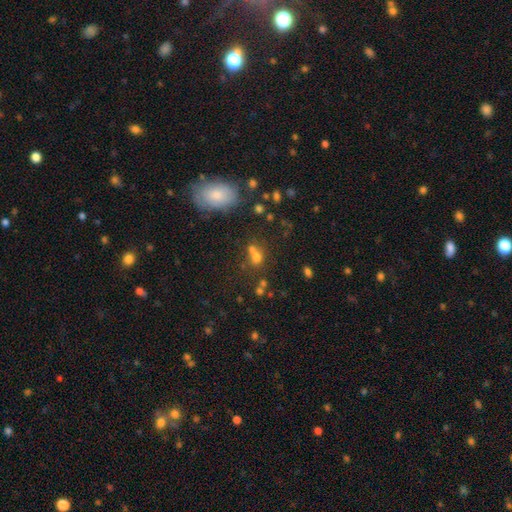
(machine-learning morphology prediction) Smooth or featured? smooth (62%)
How rounded? round (57%)
Merging? merger (42%)